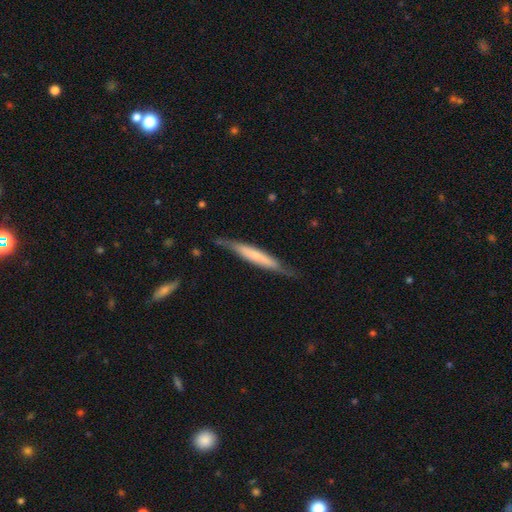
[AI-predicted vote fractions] This is possibly a featured or disk galaxy (49%). Merging: likely none (73%).